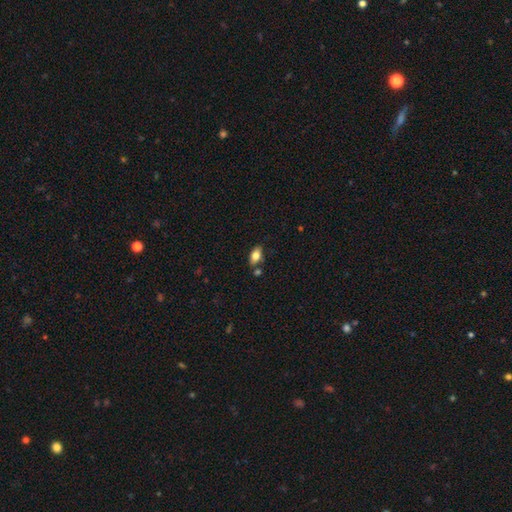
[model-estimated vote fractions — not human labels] Overall: smooth (78%). How rounded: in between (90%). Merging: none (74%).